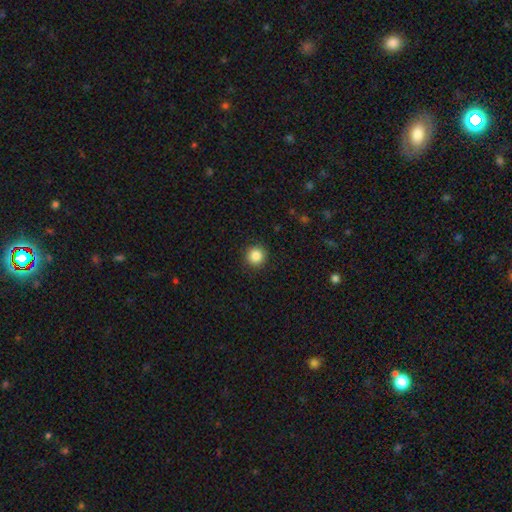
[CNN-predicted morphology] Overall: smooth (86%). How rounded: round (94%). Merging: none (91%).